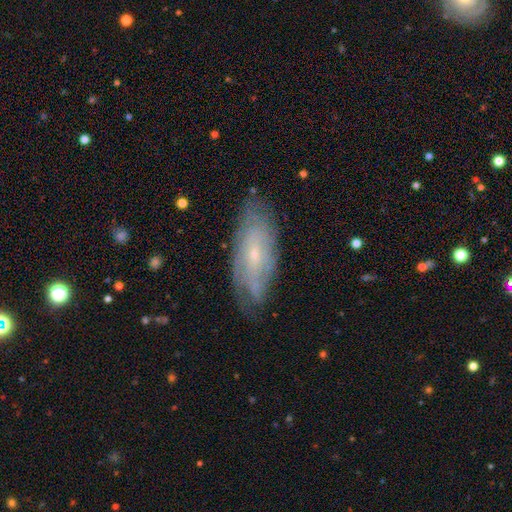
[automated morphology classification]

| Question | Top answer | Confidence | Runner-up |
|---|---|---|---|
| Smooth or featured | featured or disk | 63% | smooth (27%) |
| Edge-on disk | no | 79% | yes (21%) |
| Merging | none | 80% | minor disturbance (15%) |